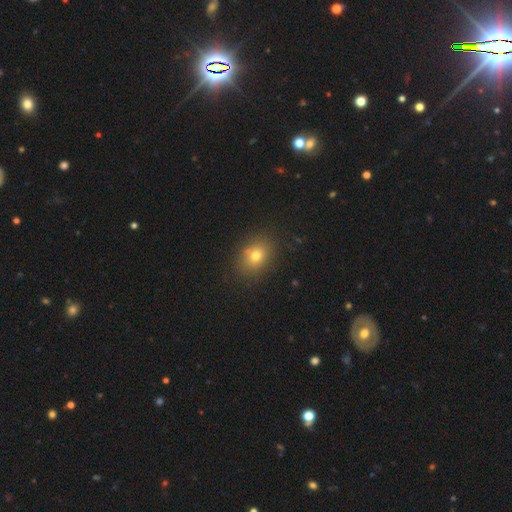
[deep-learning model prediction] Smooth or featured? Predicted: smooth (p=0.73). How rounded? Predicted: in between (p=0.56). Merging? Predicted: none (p=0.85).